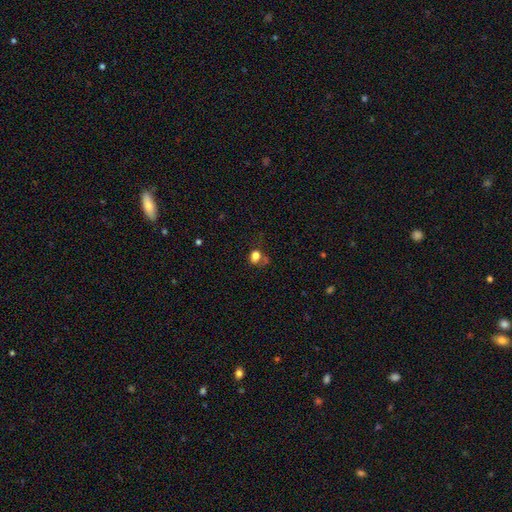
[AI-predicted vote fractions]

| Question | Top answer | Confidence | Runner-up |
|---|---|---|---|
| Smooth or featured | smooth | 78% | star or artifact (14%) |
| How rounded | round | 56% | in between (43%) |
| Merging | none | 49% | minor disturbance (22%) |